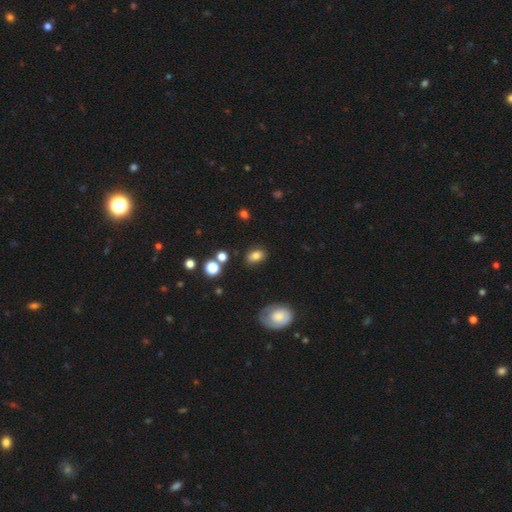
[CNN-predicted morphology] type=smooth (80%); roundness=in between (80%); merging=none (79%).